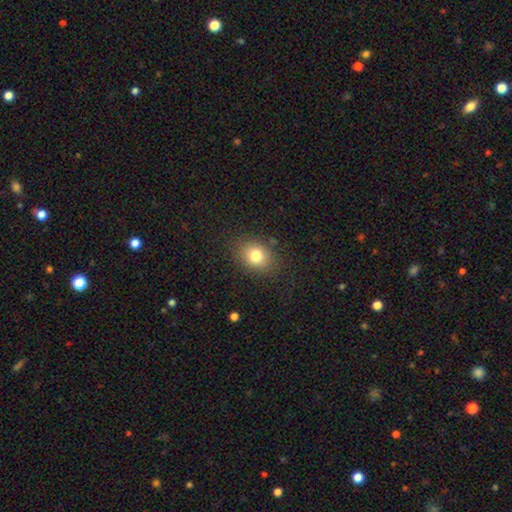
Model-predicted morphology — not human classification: Smooth or featured? Predicted: smooth (p=0.79). How rounded? Predicted: in between (p=0.52). Merging? Predicted: none (p=0.84).